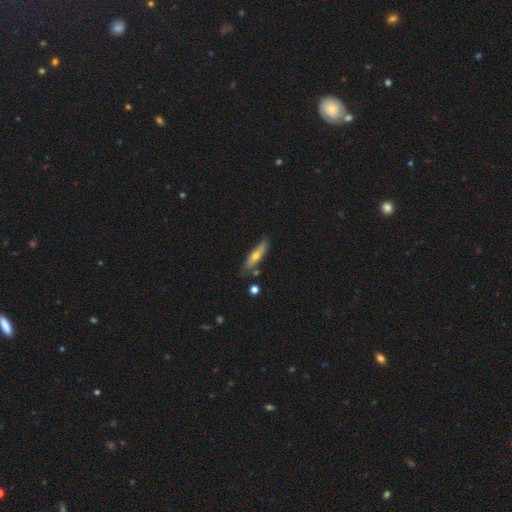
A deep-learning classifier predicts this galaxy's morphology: Smooth or featured? Predicted: smooth (p=0.52). How rounded? Predicted: cigar-shaped (p=0.75). Merging? Predicted: none (p=0.76).